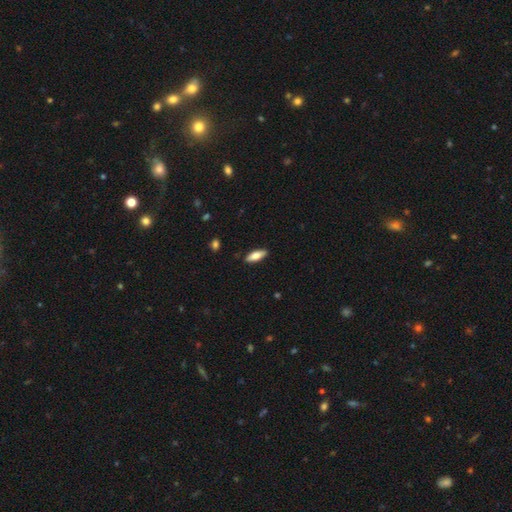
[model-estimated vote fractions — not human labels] This is likely a smooth galaxy (75%). How rounded: likely in between (66%). Merging: clearly none (88%).